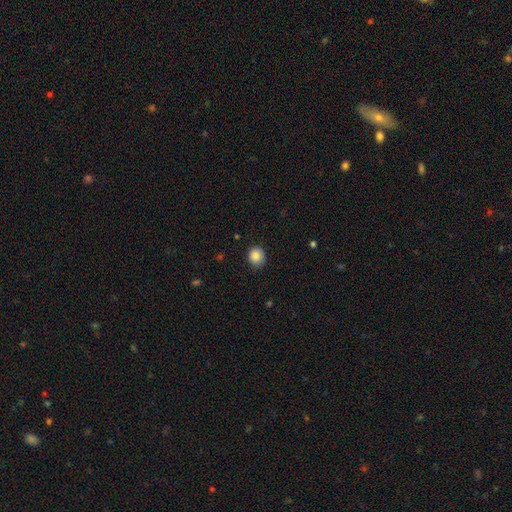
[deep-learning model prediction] This appears to be a smooth galaxy with no disk features (87%) that is round (82%). Merging: none (83%).